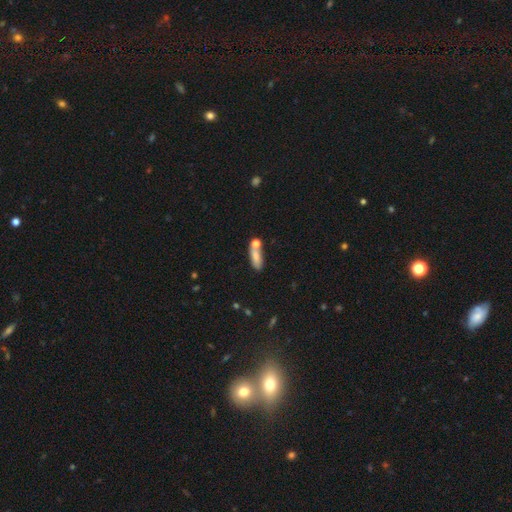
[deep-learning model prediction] The model was most divided on "how rounded": in between: 55%, cigar-shaped: 40%, round: 5%. More confident: smooth or featured — smooth (76%); merging — none (53%).